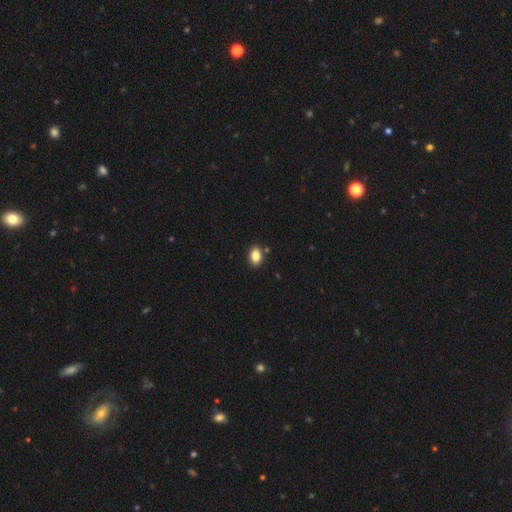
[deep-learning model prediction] smooth-or-featured: smooth: 85% | star or artifact: 9% | featured or disk: 6%
  how-rounded: in between: 81% | round: 17% | cigar-shaped: 1%
  merging: none: 86% | minor disturbance: 9% | merger: 4% | major disturbance: 2%